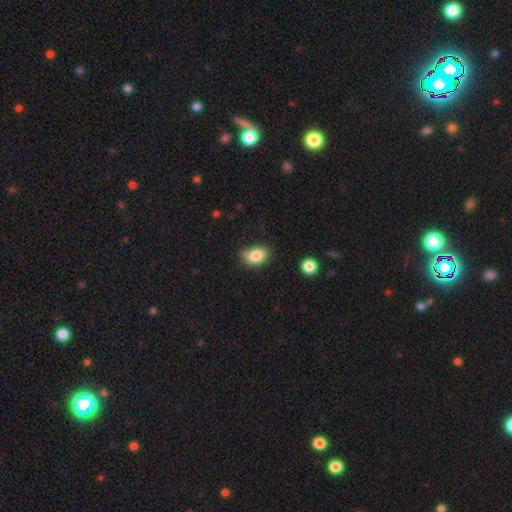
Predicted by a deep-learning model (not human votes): Q: Smooth or featured?
A: smooth (83%); runner-up: star or artifact (9%)
Q: How rounded?
A: in between (73%); runner-up: round (26%)
Q: Merging?
A: none (60%); runner-up: minor disturbance (30%)